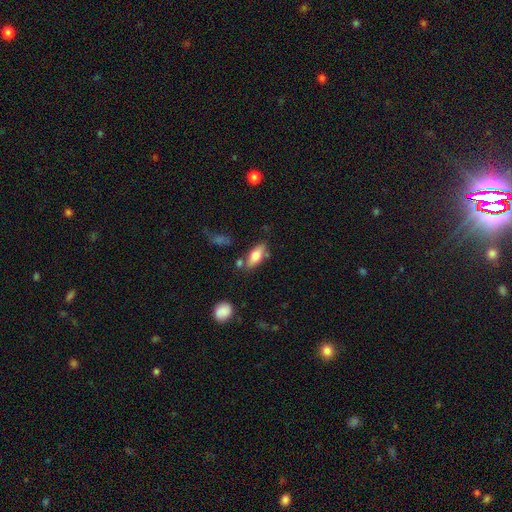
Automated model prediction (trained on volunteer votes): This appears to be a smooth galaxy with no disk features (71%) that is in between round and cigar-shaped (79%). Merging: none (71%).